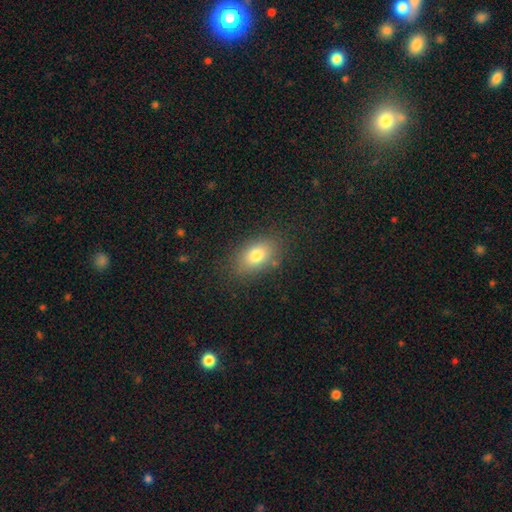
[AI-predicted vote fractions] Smooth or featured: smooth — 79% (featured or disk — 12%)
How rounded: in between — 86% (round — 12%)
Merging: none — 83% (minor disturbance — 11%)